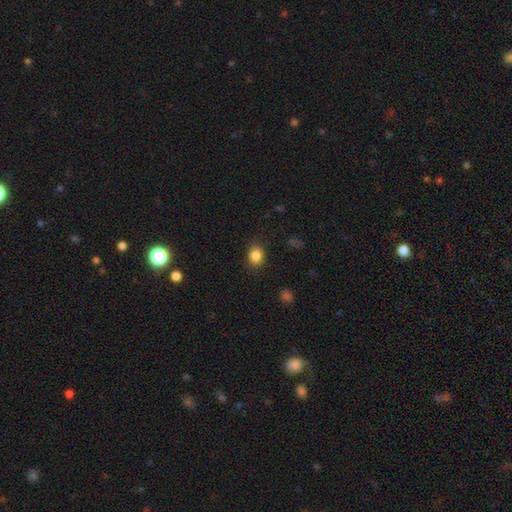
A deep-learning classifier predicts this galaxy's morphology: A smooth galaxy with no disk features (85%) that is round (58%). Merging: none (87%).